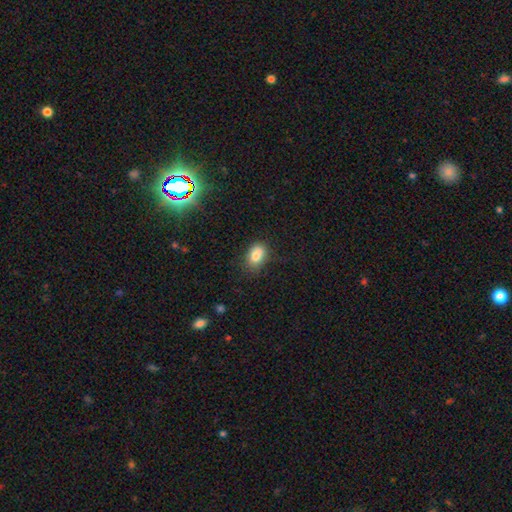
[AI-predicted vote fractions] A smooth galaxy with no disk features (81%) that is in between round and cigar-shaped (83%). Merging: none (69%).